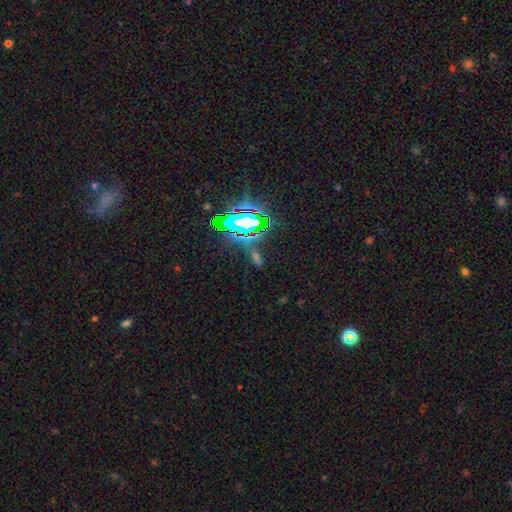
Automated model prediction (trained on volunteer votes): A star or artifact, not a galaxy (64%).

Vote fractions:
- Smooth or featured? star or artifact: 64% / smooth: 22% / featured or disk: 14%